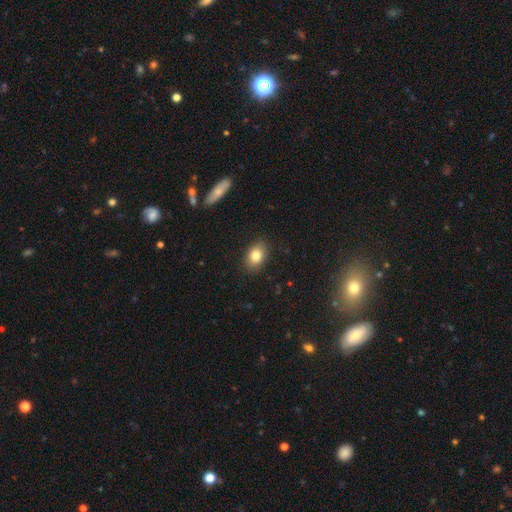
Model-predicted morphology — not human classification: Overall: smooth (81%). How rounded: in between (79%). Merging: none (87%).